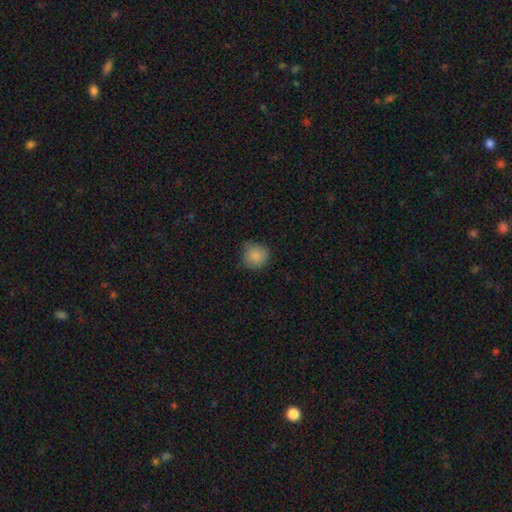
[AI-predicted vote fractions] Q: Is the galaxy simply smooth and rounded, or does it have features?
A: smooth — 86%.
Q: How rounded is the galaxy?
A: round — 88%.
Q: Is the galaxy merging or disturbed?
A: none — 75%.